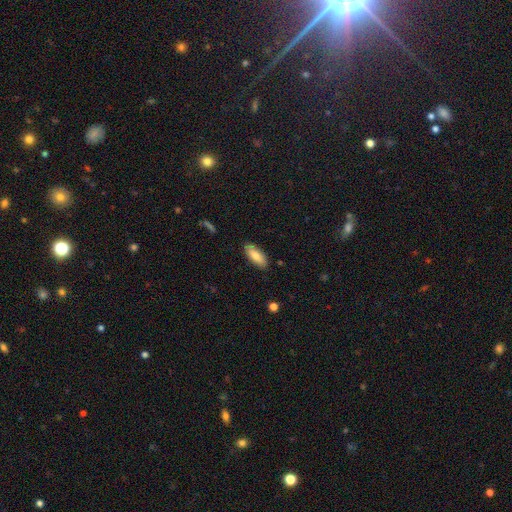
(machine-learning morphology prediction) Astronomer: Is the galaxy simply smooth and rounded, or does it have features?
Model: smooth — 79%.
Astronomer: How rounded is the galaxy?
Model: in between — 80%.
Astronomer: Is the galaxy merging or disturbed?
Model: none — 85%.